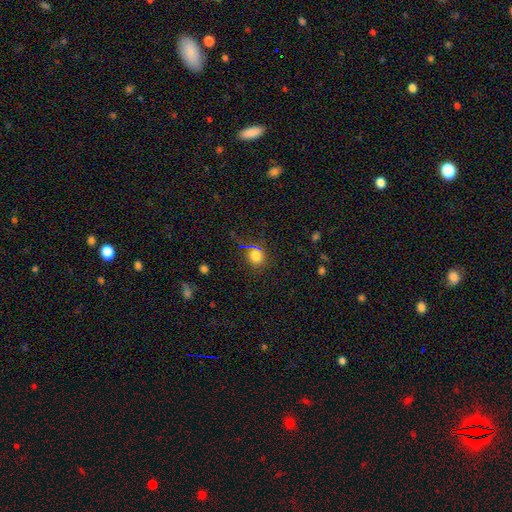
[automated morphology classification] The model was most divided on "smooth or featured": smooth: 72%, star or artifact: 21%, featured or disk: 7%. More confident: how rounded — round (83%); merging — none (82%).